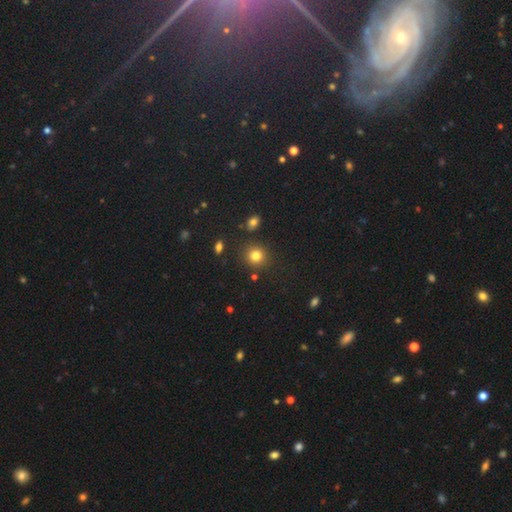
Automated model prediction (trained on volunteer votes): Smooth or featured? Predicted: smooth (p=0.80). How rounded? Predicted: round (p=0.88). Merging? Predicted: none (p=0.85).